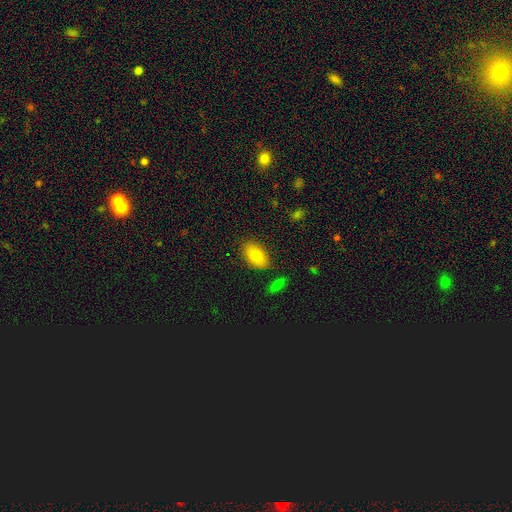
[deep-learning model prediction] smooth 81%, featured or disk 12%, star or artifact 8%. Down the decision tree: how rounded — in between (91%); merging — none (83%).